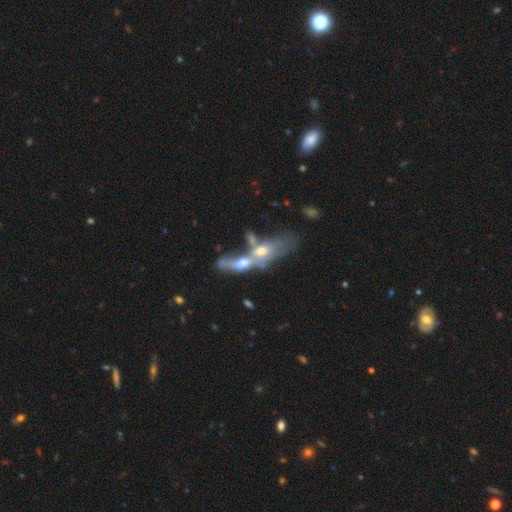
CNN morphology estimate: featured or disk 55%, smooth 34%, star or artifact 11%. Down the decision tree: edge-on disk — no (63%); merging — merger (66%).